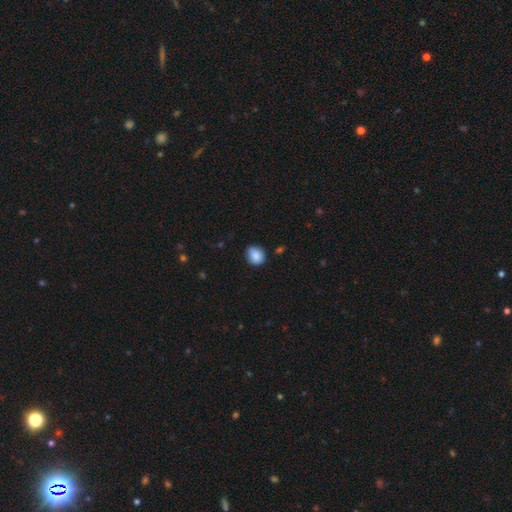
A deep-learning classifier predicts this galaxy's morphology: type=smooth (87%); roundness=round (68%); merging=none (78%).